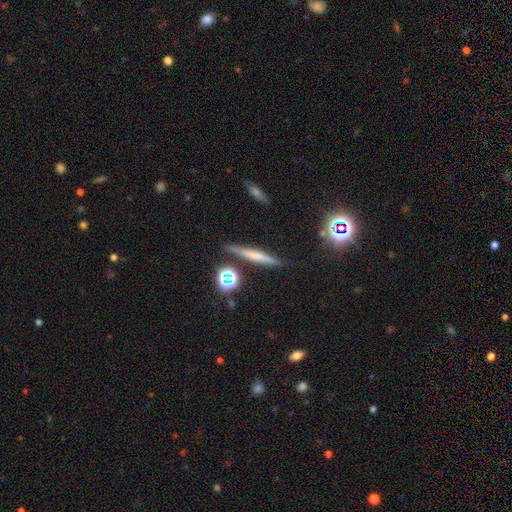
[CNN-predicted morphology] type=smooth (52%); roundness=cigar-shaped (89%); merging=none (83%).